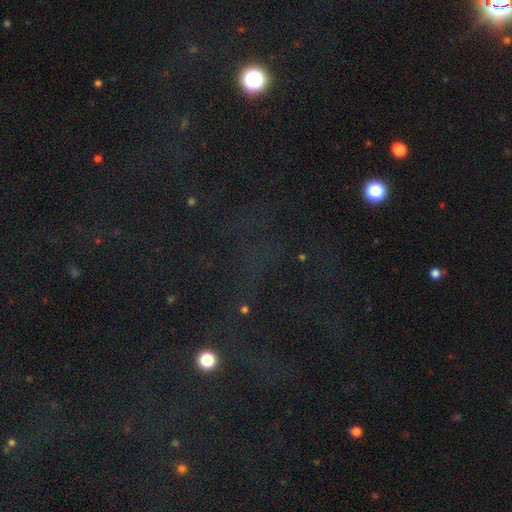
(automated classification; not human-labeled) A star or artifact, not a galaxy (72%).

Vote fractions:
- Smooth or featured? star or artifact: 72% / smooth: 17% / featured or disk: 10%